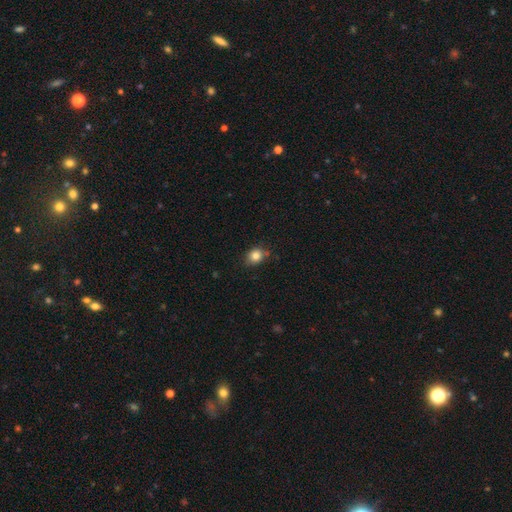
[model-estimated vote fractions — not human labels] The model was most divided on "how rounded": round: 58%, in between: 41%, cigar-shaped: 1%. More confident: smooth or featured — smooth (83%); merging — none (75%).